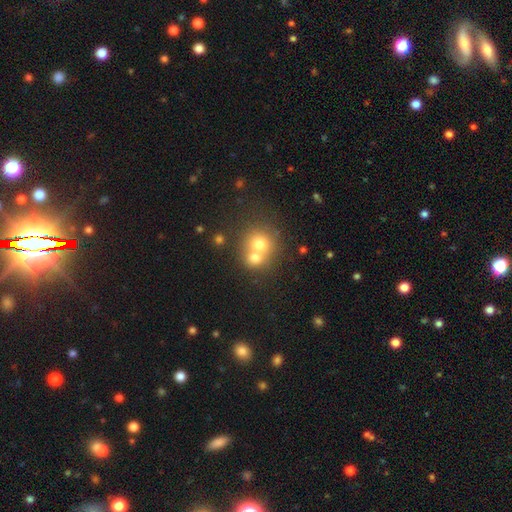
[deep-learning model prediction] A smooth galaxy with no disk features (66%) that is round (82%).

Vote fractions:
- Smooth or featured? smooth: 66% / featured or disk: 19% / star or artifact: 14%
- How rounded? round: 82% / in between: 17% / cigar-shaped: 1%
- Merging? merger: 57% / none: 34% / minor disturbance: 6% / major disturbance: 3%